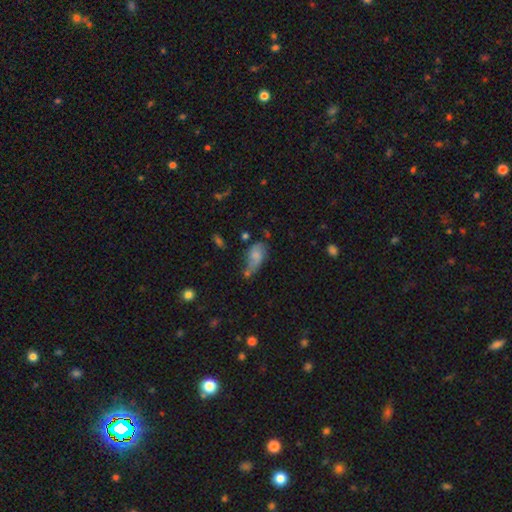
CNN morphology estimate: smooth 64%, featured or disk 26%, star or artifact 11%. Down the decision tree: how rounded — in between (86%); merging — none (32%, tied with minor disturbance).